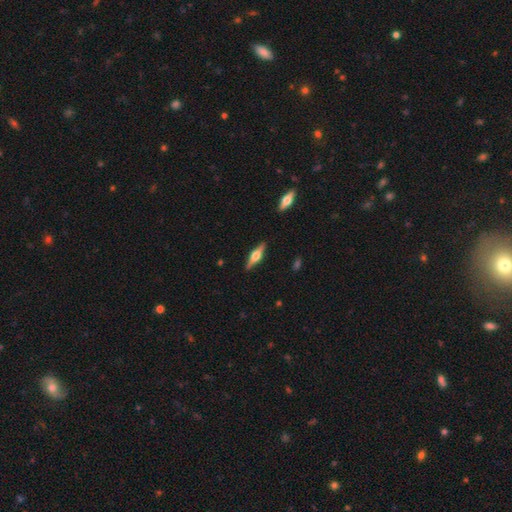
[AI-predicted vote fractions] featured or disk 68%, smooth 26%, star or artifact 6%. Down the decision tree: edge-on disk — yes (96%); edge-on bulge — rounded (93%); merging — none (89%).